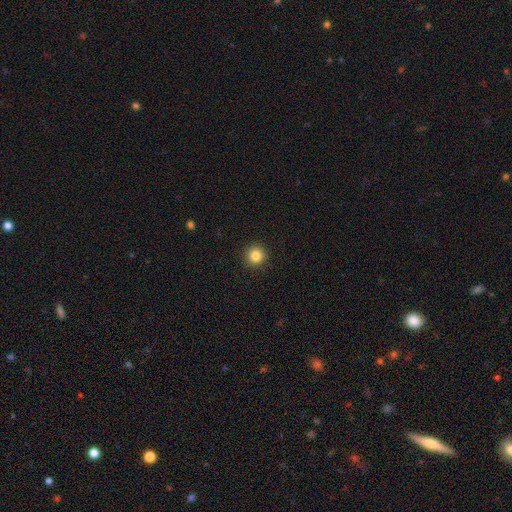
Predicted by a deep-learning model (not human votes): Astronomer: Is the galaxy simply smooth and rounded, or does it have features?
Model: smooth — 85%.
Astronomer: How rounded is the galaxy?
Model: round — 96%.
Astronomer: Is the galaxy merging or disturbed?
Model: none — 93%.